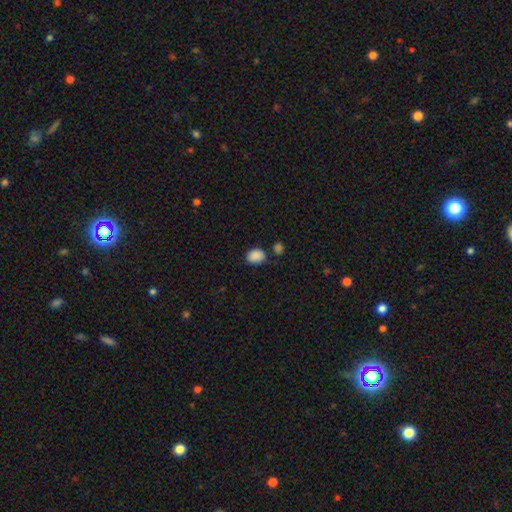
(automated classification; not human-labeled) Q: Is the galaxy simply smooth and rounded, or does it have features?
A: smooth — 88%.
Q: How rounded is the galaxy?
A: in between — 62%.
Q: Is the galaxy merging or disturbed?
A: none — 71%.